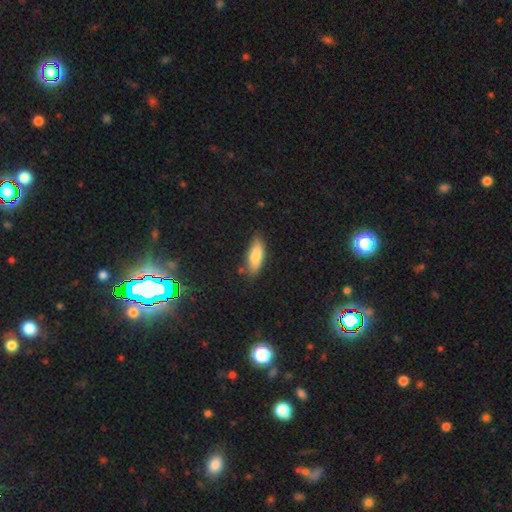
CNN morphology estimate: smooth-or-featured: smooth: 81% | featured or disk: 12% | star or artifact: 7%
  how-rounded: in between: 66% | cigar-shaped: 32% | round: 2%
  merging: none: 79% | minor disturbance: 16% | major disturbance: 3% | merger: 2%